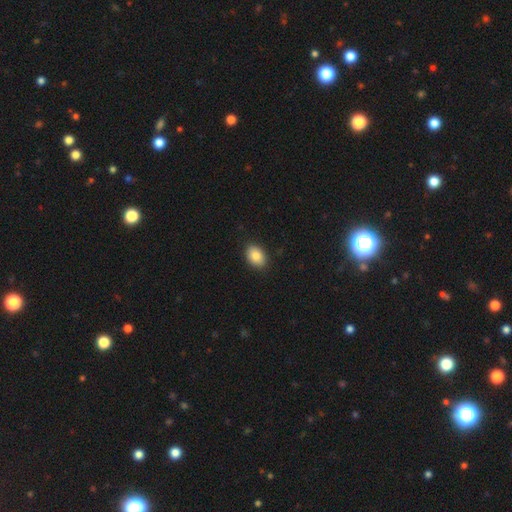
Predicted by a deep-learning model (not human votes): Smooth or featured: smooth — 86% (star or artifact — 8%)
How rounded: in between — 80% (round — 19%)
Merging: none — 89% (minor disturbance — 8%)